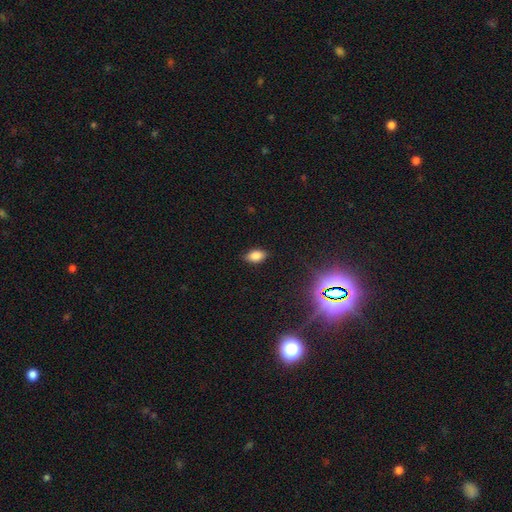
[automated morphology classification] Smooth or featured? smooth (81%)
How rounded? in between (89%)
Merging? none (83%)